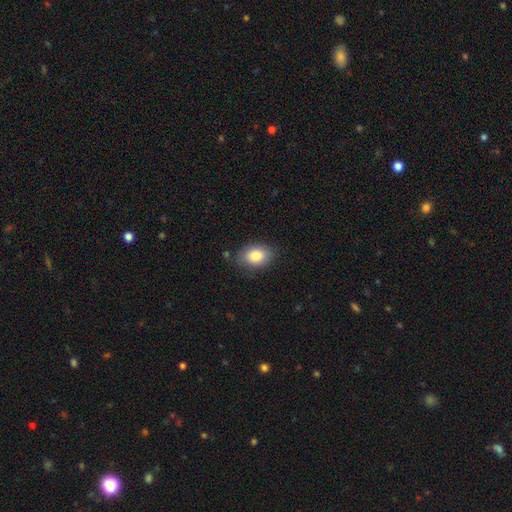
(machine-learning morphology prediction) smooth-or-featured: smooth: 84% | featured or disk: 8% | star or artifact: 8%
  how-rounded: in between: 76% | round: 23% | cigar-shaped: 1%
  merging: none: 82% | minor disturbance: 14% | major disturbance: 3% | merger: 2%